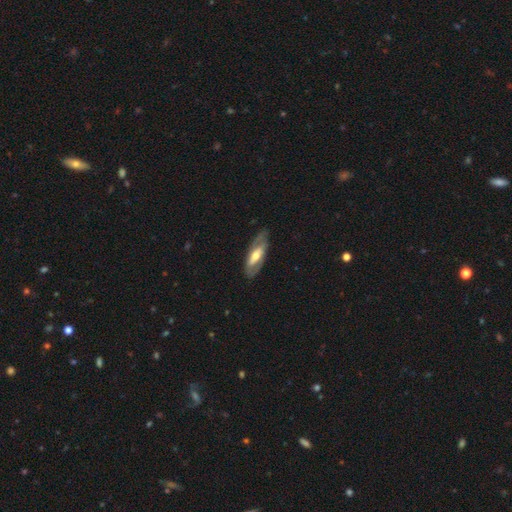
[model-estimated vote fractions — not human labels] Smooth or featured: featured or disk — 67% (smooth — 28%)
Edge-on disk: no — 76% (yes — 24%)
Bar: strong — 40% (weak — 31%)
Spiral arms: yes — 52% (no — 48%)
Bulge size: moderate — 65% (small — 23%)
Merging: none — 75% (minor disturbance — 17%)